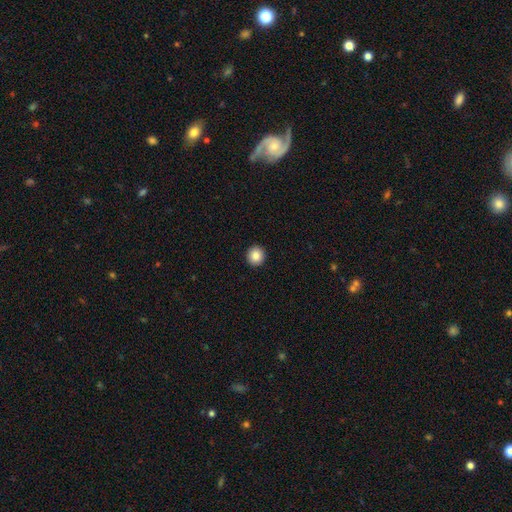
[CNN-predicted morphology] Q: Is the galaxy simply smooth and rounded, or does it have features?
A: smooth — 87%.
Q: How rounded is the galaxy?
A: round — 93%.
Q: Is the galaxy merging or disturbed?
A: none — 93%.